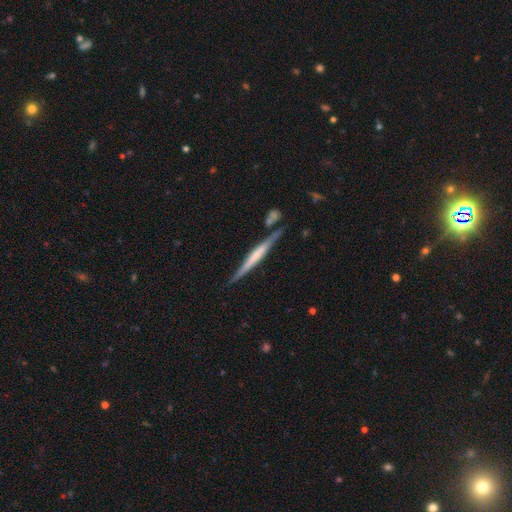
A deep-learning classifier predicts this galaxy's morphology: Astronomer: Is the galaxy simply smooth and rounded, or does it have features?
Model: featured or disk — 63%.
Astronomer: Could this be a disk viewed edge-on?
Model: yes — 96%.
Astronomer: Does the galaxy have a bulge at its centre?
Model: none — 52%.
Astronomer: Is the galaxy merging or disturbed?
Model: none — 75%.